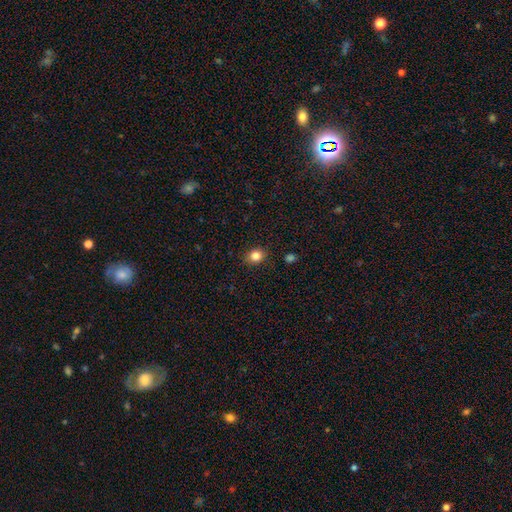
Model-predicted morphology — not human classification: smooth_or_featured: smooth (p=0.84) [alt: star or artifact p=0.11]
how_rounded: round (p=0.63) [alt: in between p=0.36]
merging: none (p=0.88) [alt: minor disturbance p=0.09]